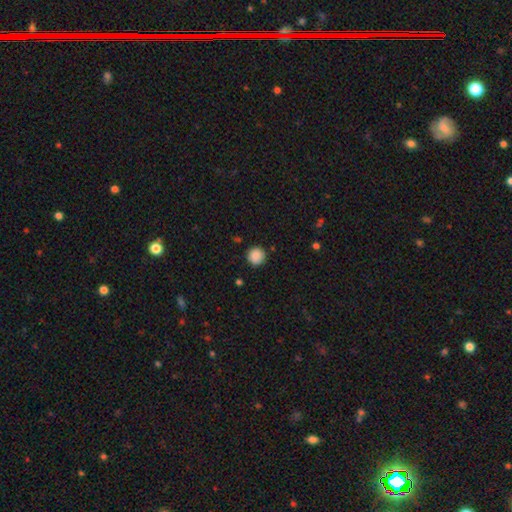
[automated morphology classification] Q: Smooth or featured?
A: smooth (88%); runner-up: star or artifact (9%)
Q: How rounded?
A: round (95%); runner-up: in between (4%)
Q: Merging?
A: none (89%); runner-up: minor disturbance (7%)